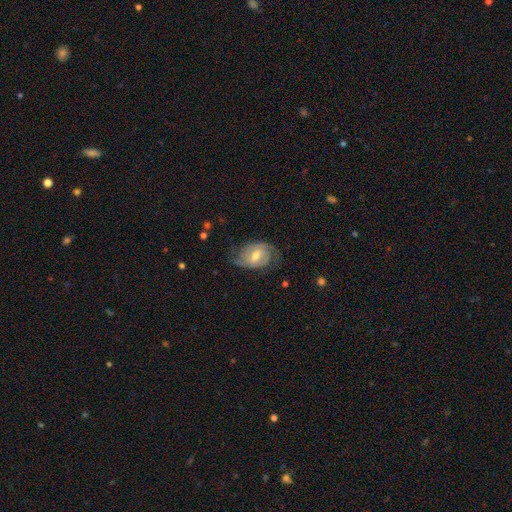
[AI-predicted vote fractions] featured or disk 71%, smooth 23%, star or artifact 6%. Down the decision tree: edge-on disk — no (96%); bar — weak (53%); spiral arms — yes (90%); spiral arm count — 2 (71%); spiral winding — medium (43%); bulge size — moderate (66%); merging — none (60%).